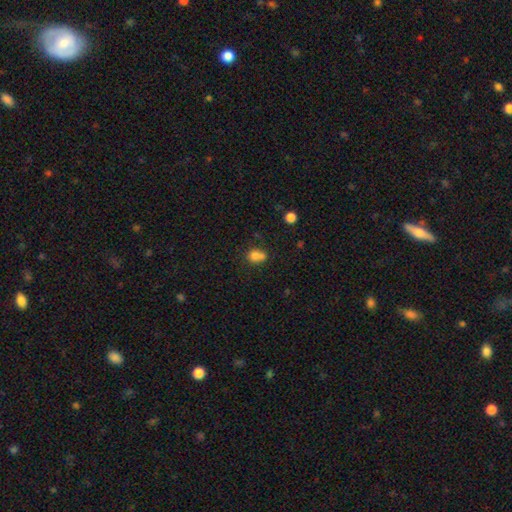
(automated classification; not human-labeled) Smooth or featured: smooth — 76% (star or artifact — 12%)
How rounded: round — 60% (in between — 39%)
Merging: none — 39% (tied with merger — 39%)